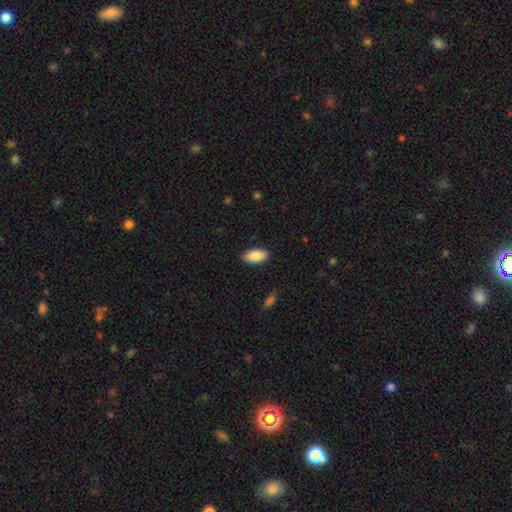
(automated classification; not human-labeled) A smooth galaxy with no disk features (88%) that is in between round and cigar-shaped (93%).

Vote fractions:
- Smooth or featured? smooth: 88% / star or artifact: 6% / featured or disk: 6%
- How rounded? in between: 93% / cigar-shaped: 5% / round: 2%
- Merging? none: 88% / minor disturbance: 9% / major disturbance: 2% / merger: 1%